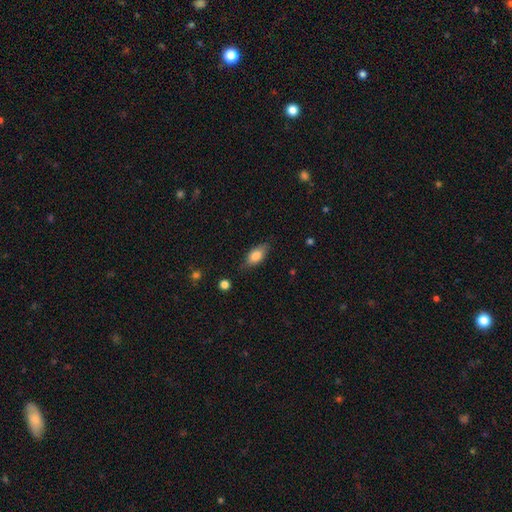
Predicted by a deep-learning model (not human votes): Q: Smooth or featured?
A: smooth (76%); runner-up: featured or disk (17%)
Q: How rounded?
A: in between (85%); runner-up: cigar-shaped (11%)
Q: Merging?
A: none (77%); runner-up: minor disturbance (18%)